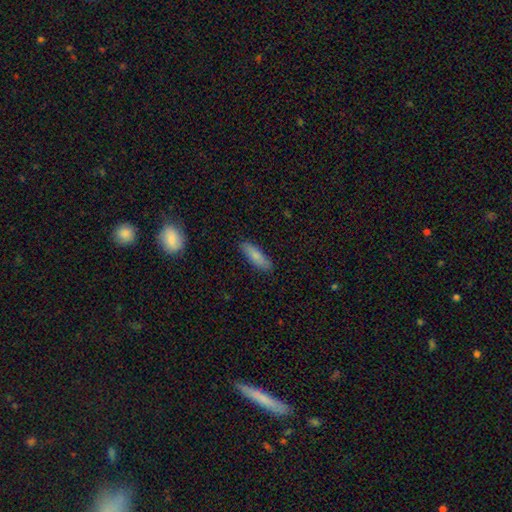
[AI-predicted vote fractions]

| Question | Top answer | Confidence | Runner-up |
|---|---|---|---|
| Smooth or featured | smooth | 82% | featured or disk (12%) |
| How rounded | cigar-shaped | 51% | in between (48%) |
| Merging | none | 86% | minor disturbance (10%) |